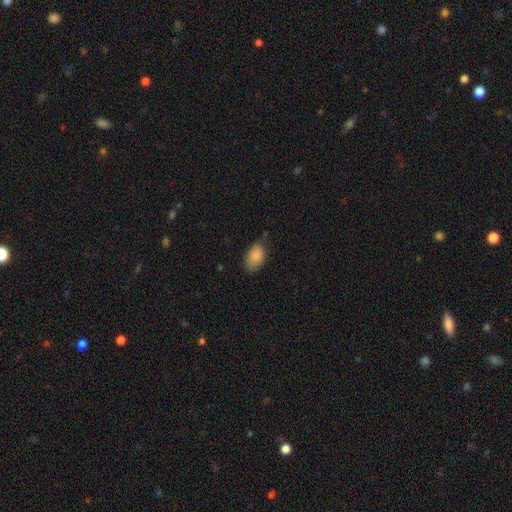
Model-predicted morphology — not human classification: smooth 87%, star or artifact 7%, featured or disk 6%. Down the decision tree: how rounded — in between (91%); merging — none (66%).